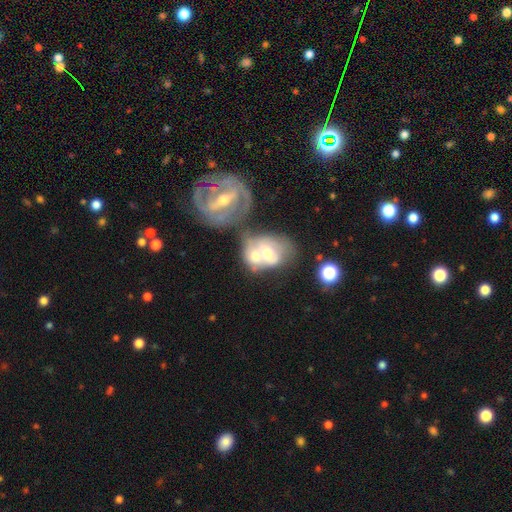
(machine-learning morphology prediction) smooth_or_featured: featured or disk (p=0.56) [alt: smooth p=0.35]
disk_edge_on: no (p=0.95) [alt: yes p=0.05]
bar: no (p=0.60) [alt: weak p=0.28]
has_spiral_arms: yes (p=0.52) [alt: no p=0.48]
bulge_size: moderate (p=0.66) [alt: small p=0.20]
merging: merger (p=0.72) [alt: none p=0.13]